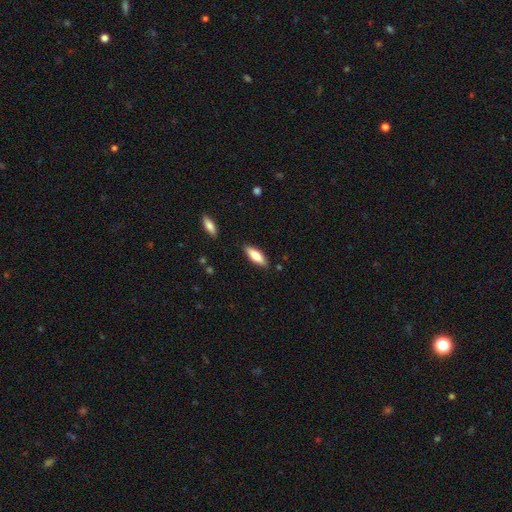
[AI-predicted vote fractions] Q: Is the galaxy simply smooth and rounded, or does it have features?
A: smooth — 77%.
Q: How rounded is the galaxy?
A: in between — 61%.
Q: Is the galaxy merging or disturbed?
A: none — 86%.